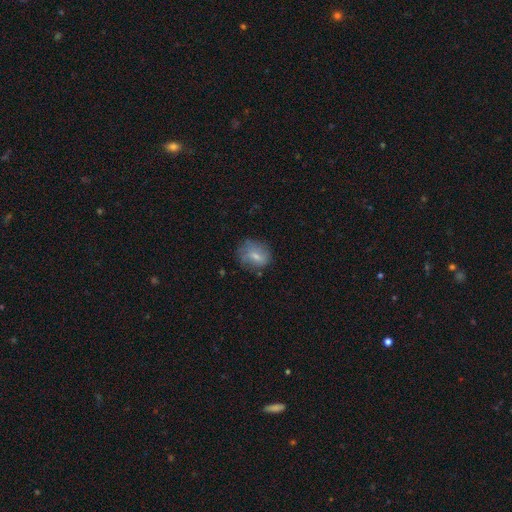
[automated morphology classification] A smooth galaxy with no disk features (65%) that is round (55%).

Vote fractions:
- Smooth or featured? smooth: 65% / featured or disk: 25% / star or artifact: 10%
- How rounded? round: 55% / in between: 44% / cigar-shaped: 2%
- Merging? none: 62% / minor disturbance: 25% / major disturbance: 11% / merger: 2%